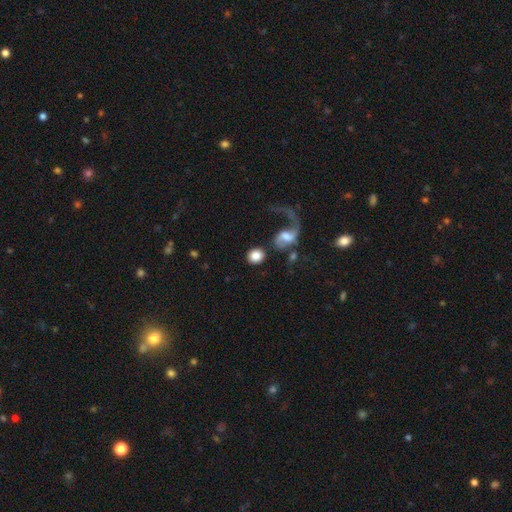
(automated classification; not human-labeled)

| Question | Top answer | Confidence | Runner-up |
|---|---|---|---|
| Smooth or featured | smooth | 79% | featured or disk (14%) |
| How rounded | round | 80% | in between (19%) |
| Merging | none | 66% | merger (14%) |